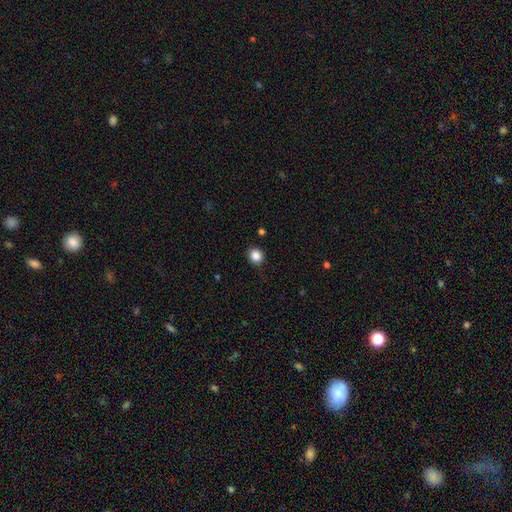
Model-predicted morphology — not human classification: Smooth or featured? Predicted: smooth (p=0.86). How rounded? Predicted: round (p=0.81). Merging? Predicted: none (p=0.85).